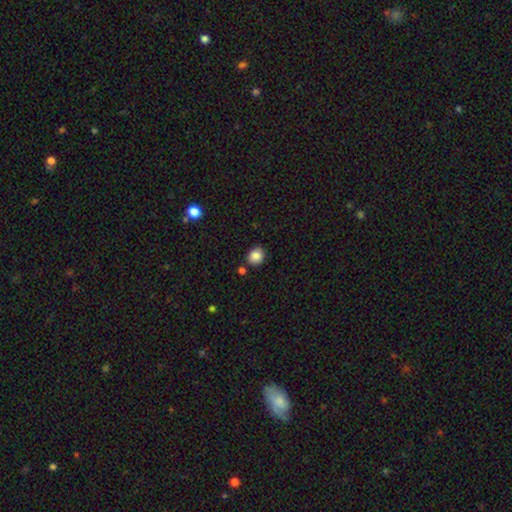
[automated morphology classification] type=smooth (85%); roundness=round (81%); merging=none (84%).